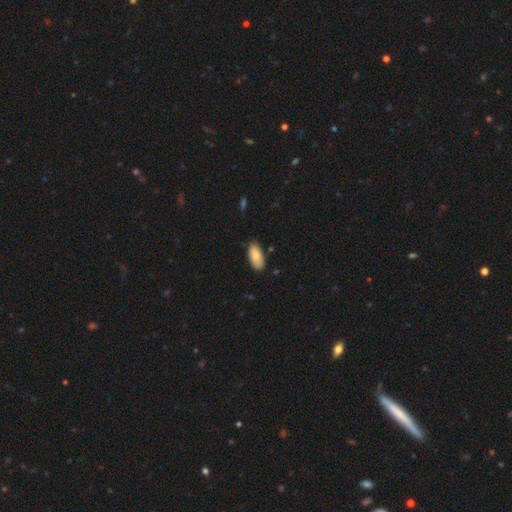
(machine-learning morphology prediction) A smooth galaxy with no disk features (84%) that is in between round and cigar-shaped (90%).

Vote fractions:
- Smooth or featured? smooth: 84% / featured or disk: 10% / star or artifact: 6%
- How rounded? in between: 90% / cigar-shaped: 8% / round: 2%
- Merging? none: 82% / minor disturbance: 14% / major disturbance: 2% / merger: 2%